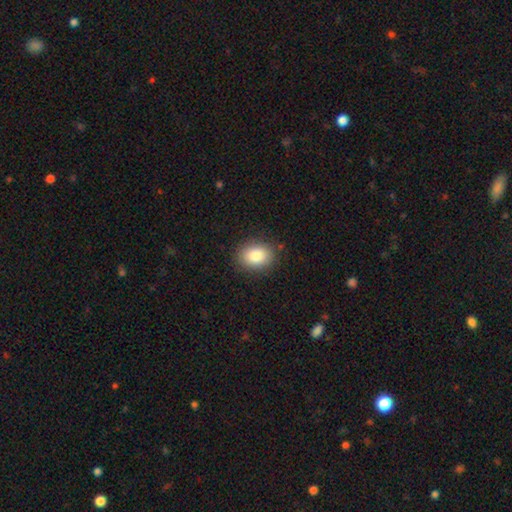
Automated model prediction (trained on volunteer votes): Morphology: type=smooth (85%); roundness=in between (69%); merging=none (86%).